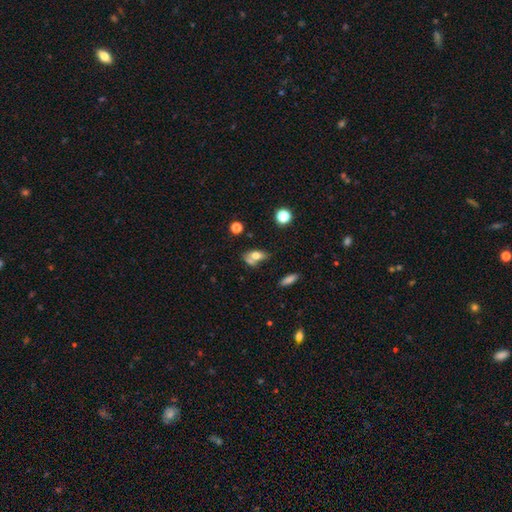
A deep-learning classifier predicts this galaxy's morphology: A smooth galaxy with no disk features (68%) that is in between round and cigar-shaped (80%).

Vote fractions:
- Smooth or featured? smooth: 68% / featured or disk: 22% / star or artifact: 10%
- How rounded? in between: 80% / round: 13% / cigar-shaped: 7%
- Merging? none: 41% / merger: 32% / minor disturbance: 19% / major disturbance: 9%